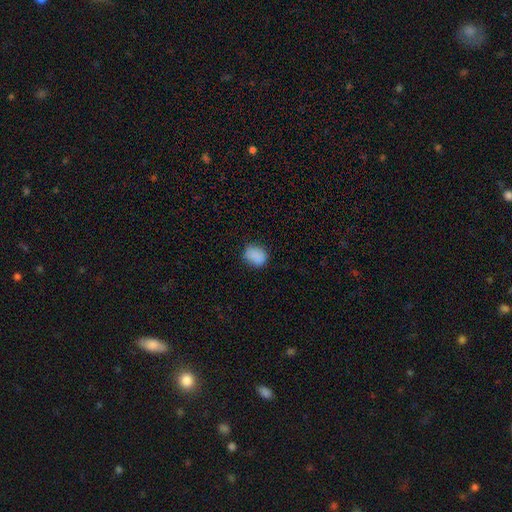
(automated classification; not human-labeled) Smooth or featured? smooth (86%)
How rounded? in between (57%)
Merging? none (76%)